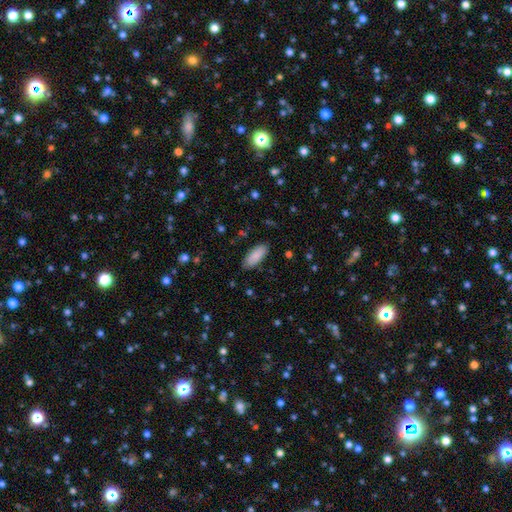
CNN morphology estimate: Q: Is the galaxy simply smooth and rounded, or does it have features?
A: smooth — 88%.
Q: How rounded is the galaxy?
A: in between — 83%.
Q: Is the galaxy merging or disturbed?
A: none — 87%.